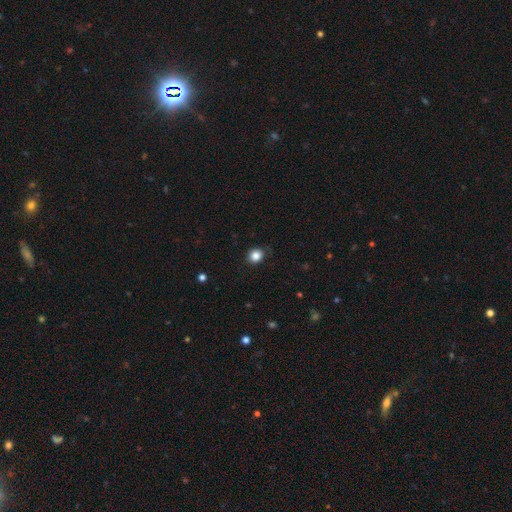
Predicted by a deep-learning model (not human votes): The model was most divided on "how rounded": round: 73%, in between: 26%, cigar-shaped: 1%. More confident: smooth or featured — smooth (85%); merging — none (84%).